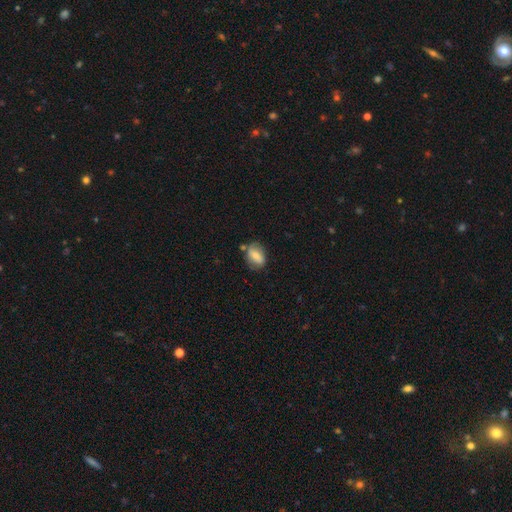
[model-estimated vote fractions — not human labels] smooth 66%, featured or disk 26%, star or artifact 8%. Down the decision tree: how rounded — in between (79%); merging — none (62%).